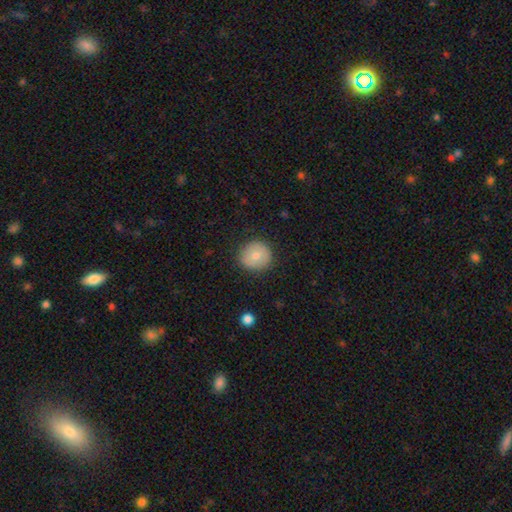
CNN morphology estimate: Smooth or featured?
  - smooth: 76% *
  - featured or disk: 16%
  - star or artifact: 8%
How rounded?
  - round: 90% *
  - in between: 9%
  - cigar-shaped: 1%
Merging?
  - none: 85% *
  - minor disturbance: 11%
  - major disturbance: 3%
  - merger: 1%